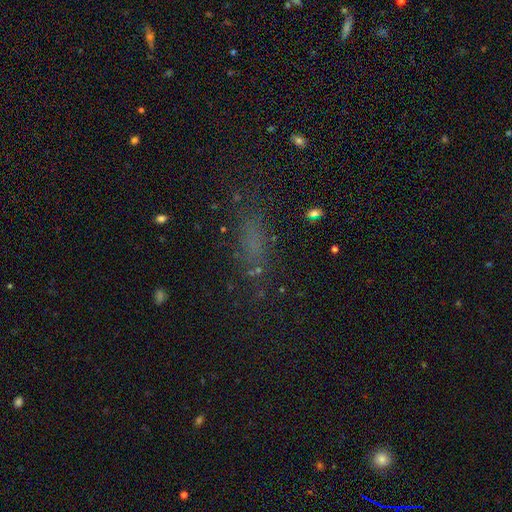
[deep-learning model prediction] A smooth galaxy with no disk features (56%) that is in between round and cigar-shaped (48%).

Vote fractions:
- Smooth or featured? smooth: 56% / star or artifact: 28% / featured or disk: 16%
- How rounded? in between: 48% / cigar-shaped: 46% / round: 5%
- Merging? none: 67% / minor disturbance: 18% / major disturbance: 12% / merger: 3%